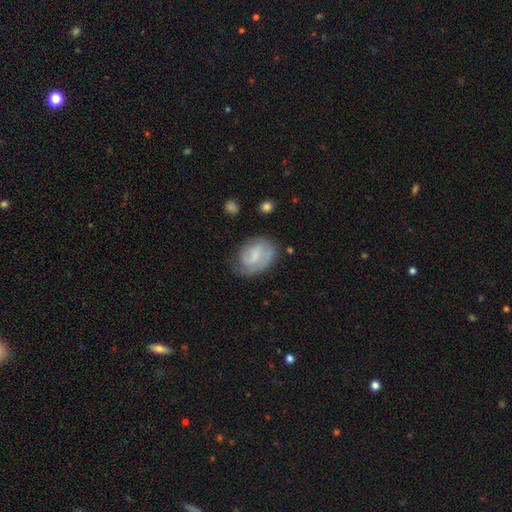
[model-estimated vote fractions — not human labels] Smooth or featured? featured or disk (49%)
Merging? none (62%)